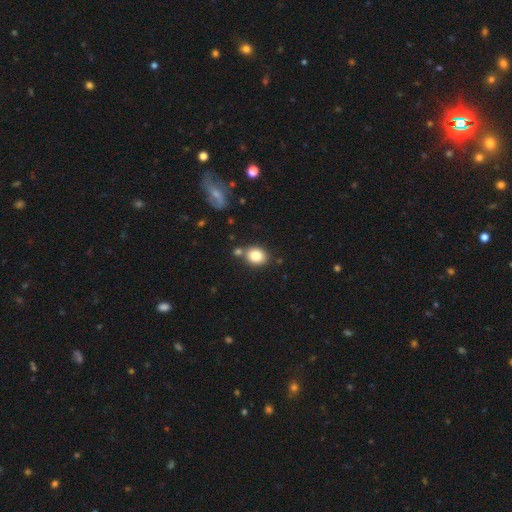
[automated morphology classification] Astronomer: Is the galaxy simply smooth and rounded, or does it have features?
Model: smooth — 82%.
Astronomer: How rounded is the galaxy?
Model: round — 56% (runner-up: in between, 43%).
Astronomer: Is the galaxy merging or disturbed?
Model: none — 72%.